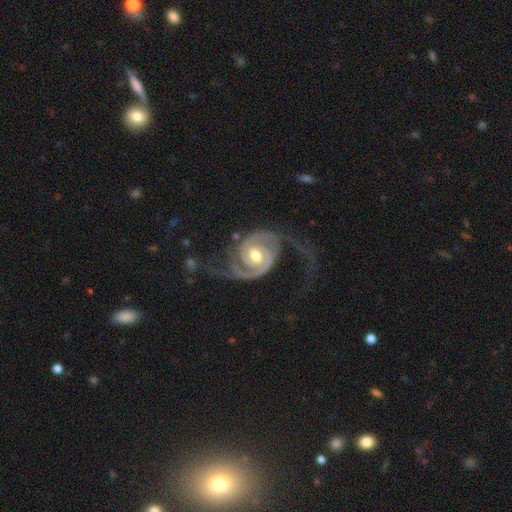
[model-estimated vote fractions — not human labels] Smooth or featured? featured or disk (93%)
Edge-on disk? no (98%)
Bar? no (44%)
Spiral arms? yes (98%)
Spiral winding? tight (46%)
Spiral arm count? 2 (85%)
Bulge size? moderate (76%)
Merging? none (55%)